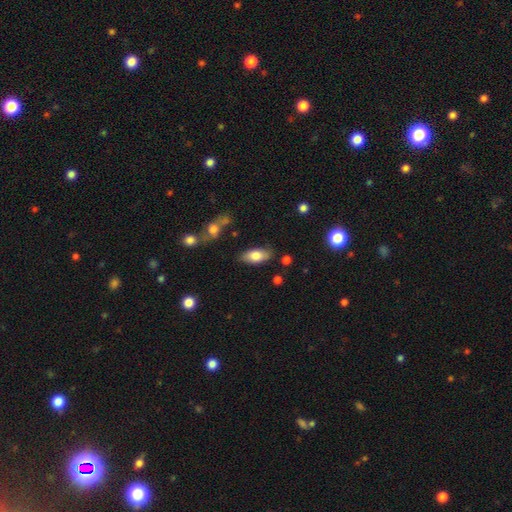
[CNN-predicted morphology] Smooth or featured: smooth — 78% (featured or disk — 16%)
How rounded: in between — 88% (cigar-shaped — 9%)
Merging: none — 81% (minor disturbance — 13%)